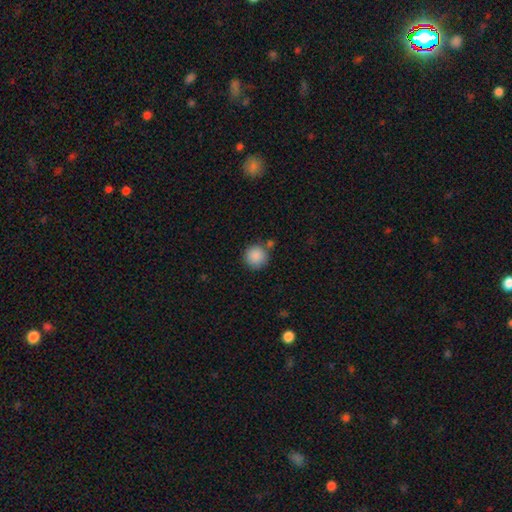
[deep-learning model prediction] The model was most divided on "merging": none: 79%, minor disturbance: 10%, merger: 8%, major disturbance: 3%. More confident: how rounded — round (95%); smooth or featured — smooth (89%).